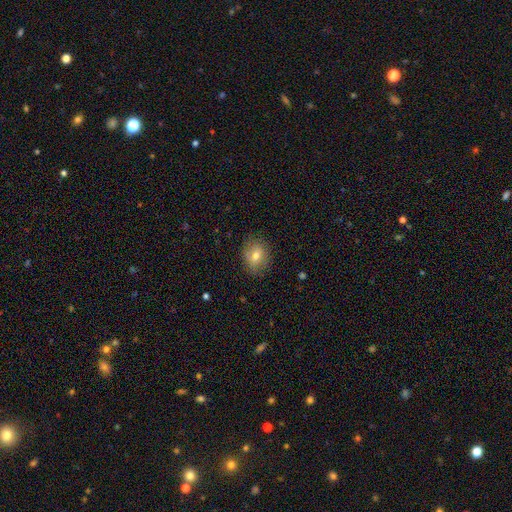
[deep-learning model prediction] Q: Smooth or featured?
A: smooth (70%); runner-up: featured or disk (20%)
Q: How rounded?
A: round (51%); runner-up: in between (48%)
Q: Merging?
A: none (80%); runner-up: minor disturbance (15%)